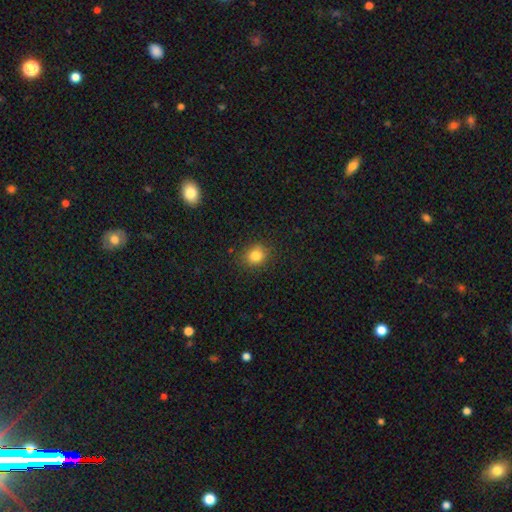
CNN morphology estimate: type=smooth (83%); roundness=round (69%); merging=none (84%).